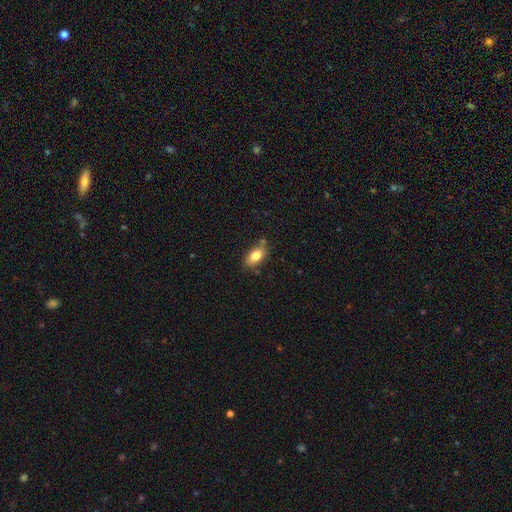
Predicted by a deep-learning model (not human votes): Smooth or featured? Predicted: smooth (p=0.80). How rounded? Predicted: in between (p=0.88). Merging? Predicted: none (p=0.74).